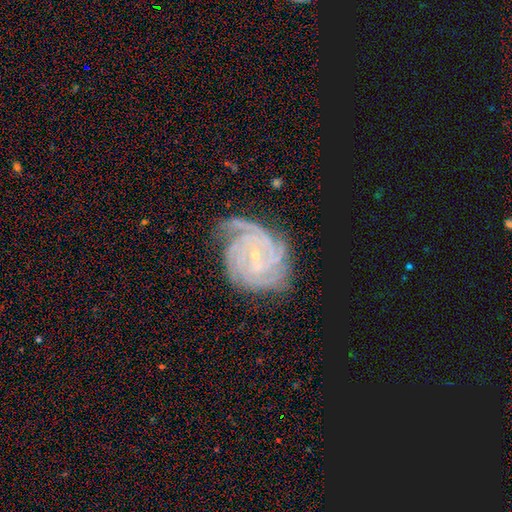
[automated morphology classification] Q: Smooth or featured?
A: featured or disk (87%); runner-up: star or artifact (7%)
Q: Edge-on disk?
A: no (97%); runner-up: yes (3%)
Q: Bar?
A: no (57%); runner-up: weak (31%)
Q: Spiral arms?
A: yes (98%); runner-up: no (2%)
Q: Spiral winding?
A: tight (78%); runner-up: medium (19%)
Q: Spiral arm count?
A: 4 (35%); runner-up: 3 (21%)
Q: Bulge size?
A: small (83%); runner-up: moderate (13%)
Q: Merging?
A: none (70%); runner-up: minor disturbance (21%)